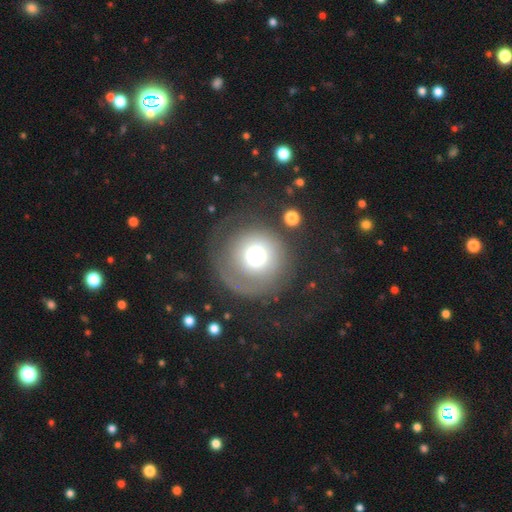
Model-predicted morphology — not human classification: Smooth or featured? smooth (55%)
How rounded? round (95%)
Merging? none (54%)